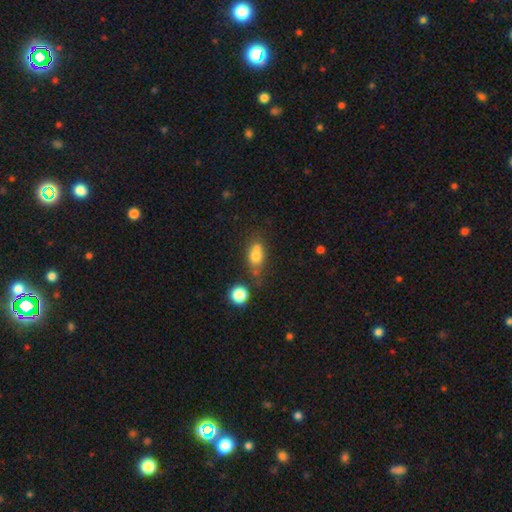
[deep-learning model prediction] Smooth or featured: smooth — 69% (featured or disk — 19%)
How rounded: in between — 61% (round — 35%)
Merging: merger — 39% (none — 38%)